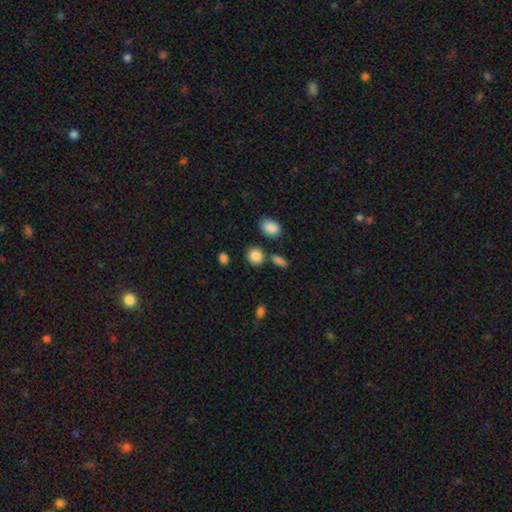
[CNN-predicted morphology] Smooth or featured? Predicted: smooth (p=0.87). How rounded? Predicted: round (p=0.75). Merging? Predicted: none (p=0.77).